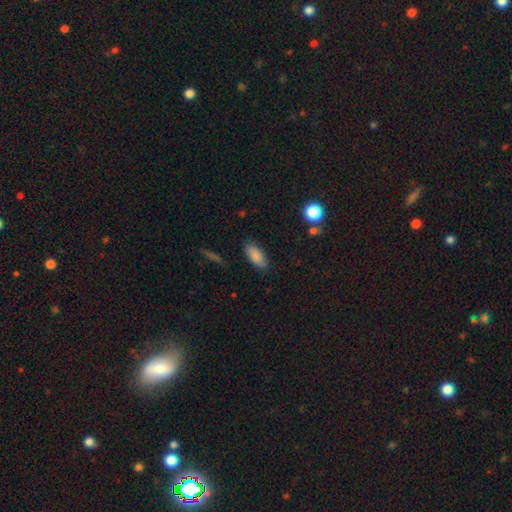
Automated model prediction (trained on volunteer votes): A smooth galaxy with no disk features (86%) that is in between round and cigar-shaped (89%).

Vote fractions:
- Smooth or featured? smooth: 86% / star or artifact: 7% / featured or disk: 6%
- How rounded? in between: 89% / cigar-shaped: 8% / round: 2%
- Merging? none: 84% / minor disturbance: 11% / major disturbance: 3% / merger: 1%